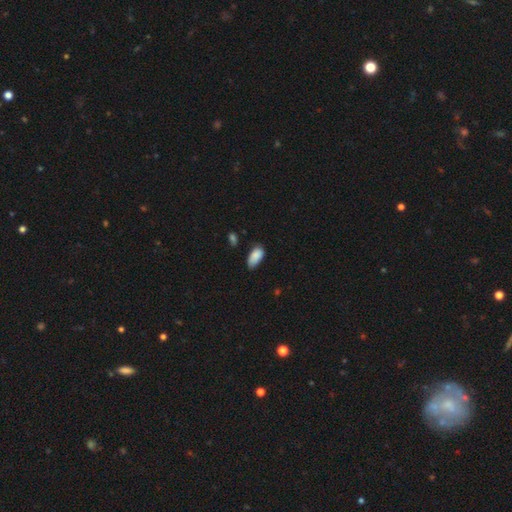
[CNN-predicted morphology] type=smooth (87%); roundness=in between (94%); merging=none (59%).